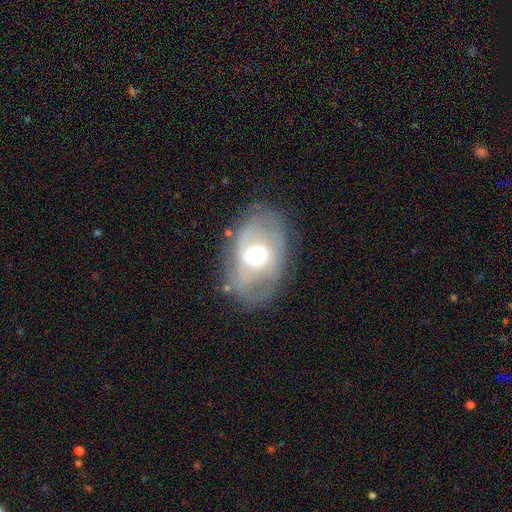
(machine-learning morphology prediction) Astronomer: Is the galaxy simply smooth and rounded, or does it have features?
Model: featured or disk — 68%.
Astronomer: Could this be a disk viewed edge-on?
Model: no — 94%.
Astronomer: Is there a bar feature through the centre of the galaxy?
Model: weak — 43% (runner-up: no, 36%).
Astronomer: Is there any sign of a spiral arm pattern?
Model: yes — 62% (runner-up: no, 38%).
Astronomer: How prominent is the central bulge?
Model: moderate — 69%.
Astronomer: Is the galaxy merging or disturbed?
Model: none — 72%.